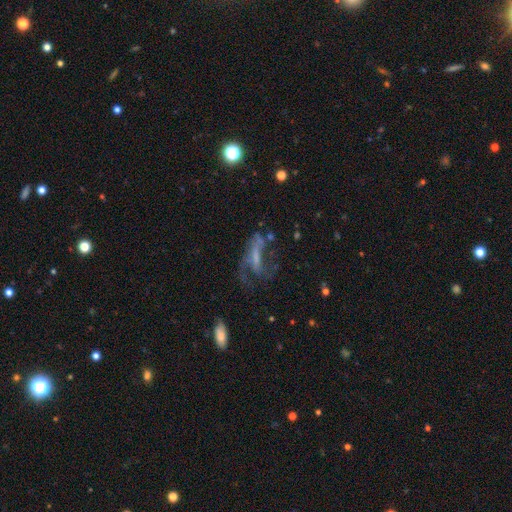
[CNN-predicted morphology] This appears to be a featured or disk galaxy (60%) with no bar (43%), spiral arms (59%) and no central bulge (41%). Merging: major disturbance (45%).